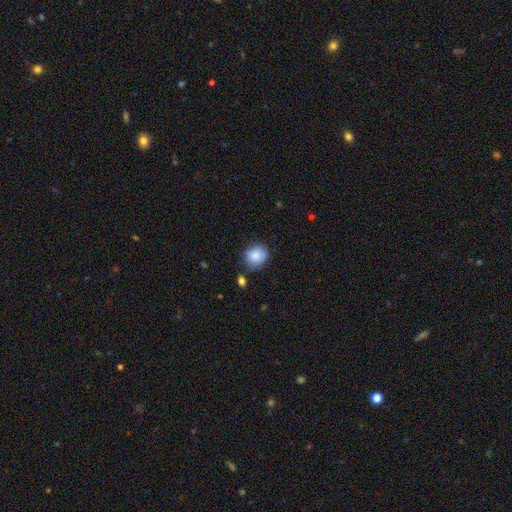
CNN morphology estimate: Smooth or featured? Predicted: smooth (p=0.84). How rounded? Predicted: round (p=0.73). Merging? Predicted: none (p=0.69).